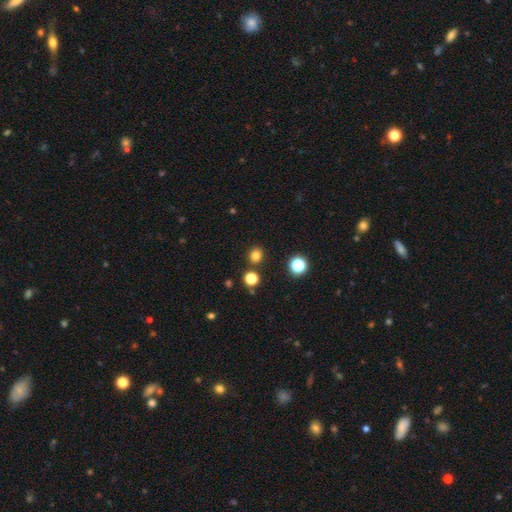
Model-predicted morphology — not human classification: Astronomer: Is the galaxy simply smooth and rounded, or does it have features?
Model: smooth — 80%.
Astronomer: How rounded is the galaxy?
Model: round — 78%.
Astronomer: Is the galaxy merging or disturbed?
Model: none — 86%.